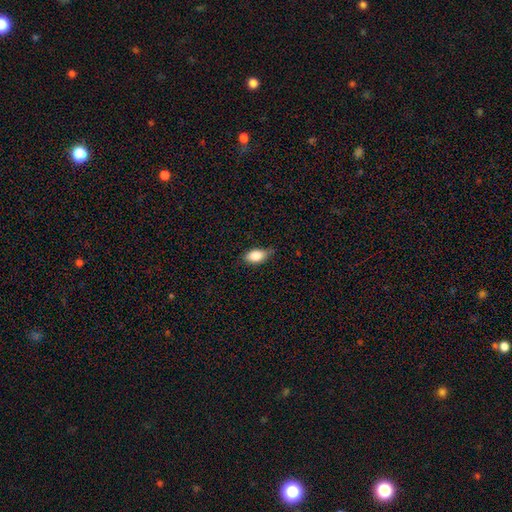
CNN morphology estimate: The model was most divided on "merging": none: 70%, minor disturbance: 25%, major disturbance: 4%, merger: 1%. More confident: how rounded — in between (90%); smooth or featured — smooth (84%).